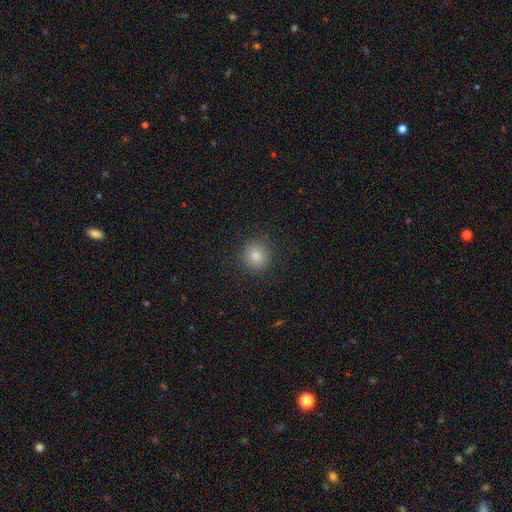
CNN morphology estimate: A smooth galaxy with no disk features (82%) that is round (92%). Merging: none (91%).